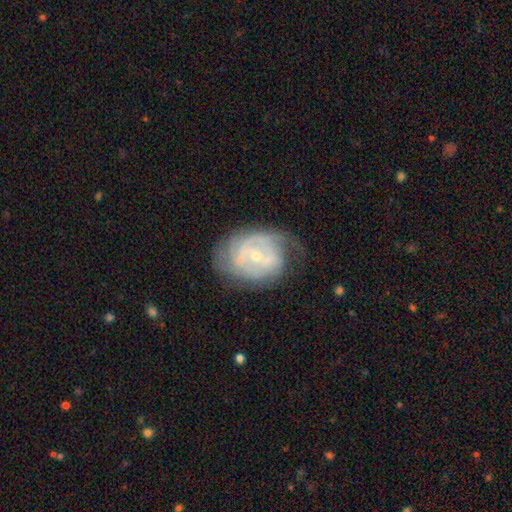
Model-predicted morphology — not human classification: The model was most divided on "spiral arm count": can't tell: 38%, 2: 37%, 3: 12%, 1: 6%, 4: 4%, more than 4: 3%. More confident: edge-on disk — no (96%); spiral arms — yes (84%); smooth or featured — featured or disk (79%); bulge size — small (67%); merging — none (56%); spiral winding — tight (54%); bar — no (51%).